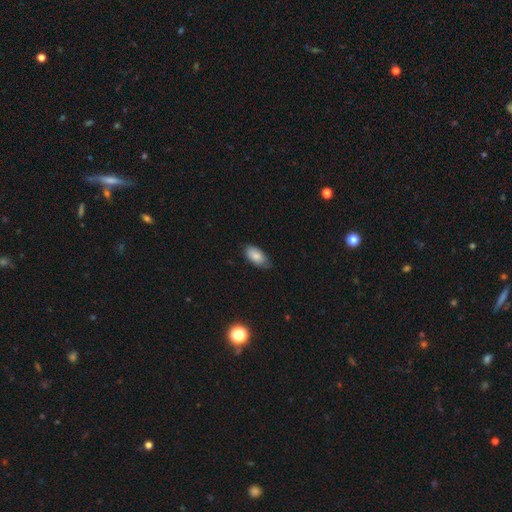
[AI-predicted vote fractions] Morphology: type=smooth (83%); roundness=in between (93%); merging=none (71%).